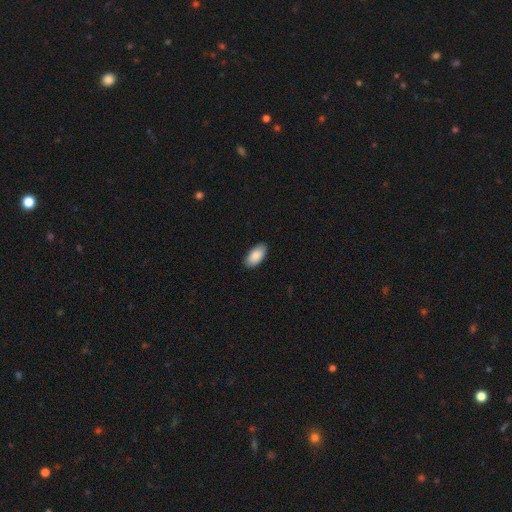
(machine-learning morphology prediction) smooth 89%, star or artifact 6%, featured or disk 5%. Down the decision tree: how rounded — in between (95%); merging — none (88%).